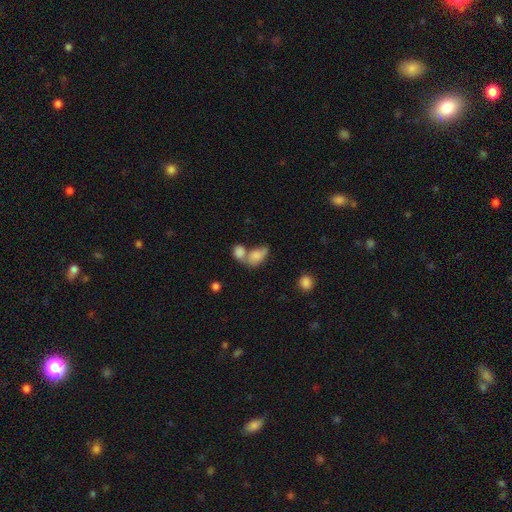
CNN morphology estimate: smooth 80%, featured or disk 12%, star or artifact 8%. Down the decision tree: how rounded — in between (85%); merging — merger (59%).